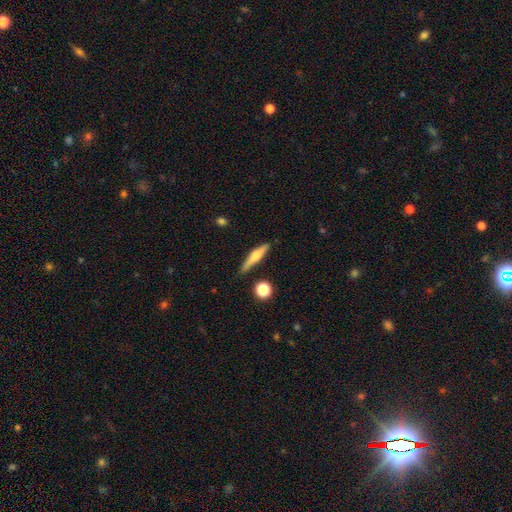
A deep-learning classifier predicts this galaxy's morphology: featured or disk 48%, smooth 45%, star or artifact 7%. Down the decision tree: merging — none (84%).